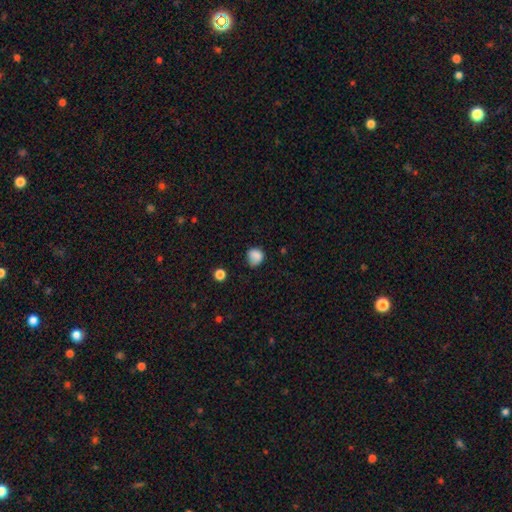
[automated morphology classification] Smooth or featured?
  - smooth: 84% *
  - star or artifact: 10%
  - featured or disk: 6%
How rounded?
  - round: 73% *
  - in between: 26%
  - cigar-shaped: 1%
Merging?
  - none: 58% *
  - minor disturbance: 31%
  - major disturbance: 8%
  - merger: 2%